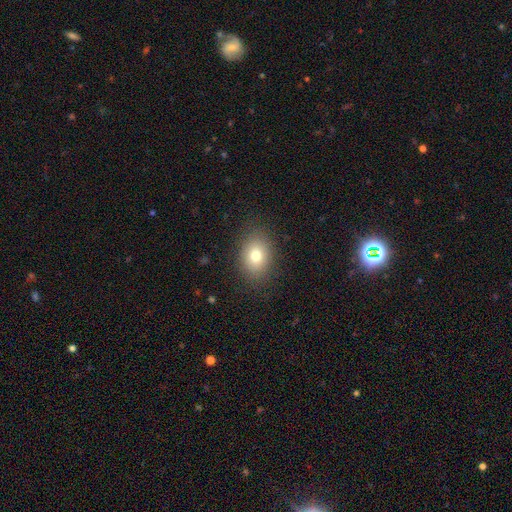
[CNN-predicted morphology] Smooth or featured?
  - smooth: 77% *
  - featured or disk: 12%
  - star or artifact: 11%
How rounded?
  - in between: 67% *
  - round: 32%
  - cigar-shaped: 1%
Merging?
  - none: 86% *
  - minor disturbance: 10%
  - major disturbance: 3%
  - merger: 1%